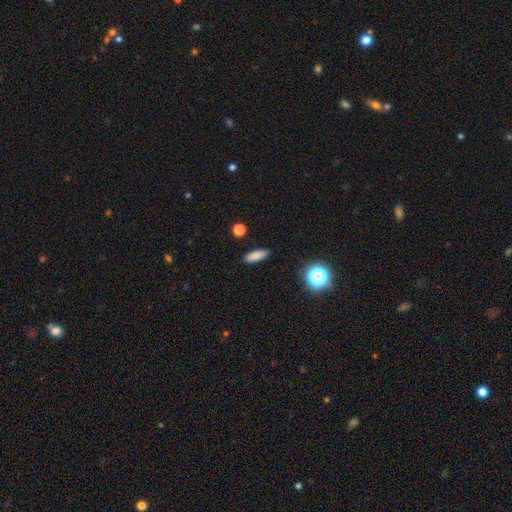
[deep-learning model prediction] A smooth galaxy with no disk features (83%) that is cigar-shaped (50%).

Vote fractions:
- Smooth or featured? smooth: 83% / star or artifact: 10% / featured or disk: 7%
- How rounded? cigar-shaped: 50% / in between: 46% / round: 4%
- Merging? none: 88% / minor disturbance: 8% / major disturbance: 2% / merger: 1%